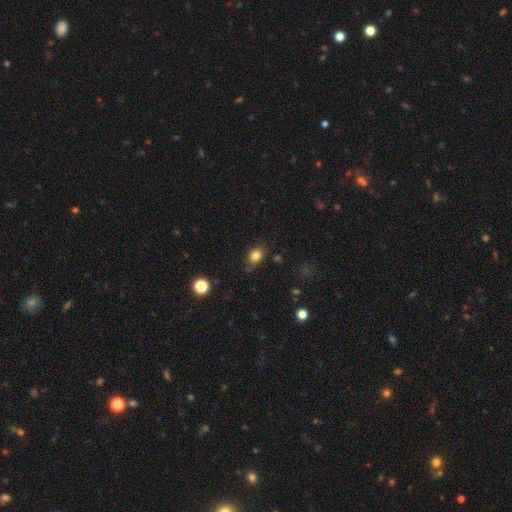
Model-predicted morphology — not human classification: smooth_or_featured: smooth (p=0.82) [alt: star or artifact p=0.11]
how_rounded: in between (p=0.67) [alt: round p=0.31]
merging: none (p=0.77) [alt: minor disturbance p=0.16]